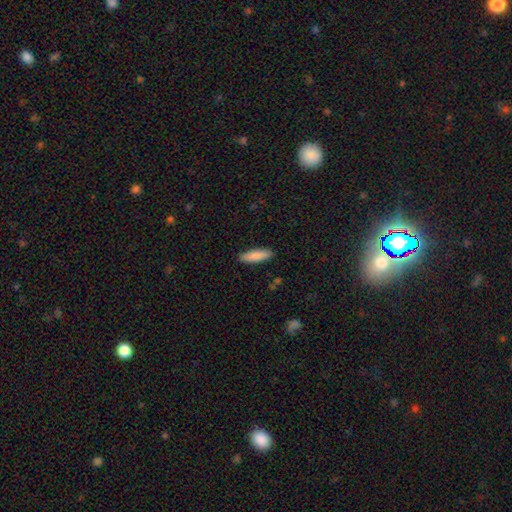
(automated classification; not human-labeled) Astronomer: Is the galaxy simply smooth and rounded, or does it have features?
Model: smooth — 87%.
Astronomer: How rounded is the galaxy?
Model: cigar-shaped — 60% (runner-up: in between, 39%).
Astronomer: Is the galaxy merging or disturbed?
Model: none — 90%.